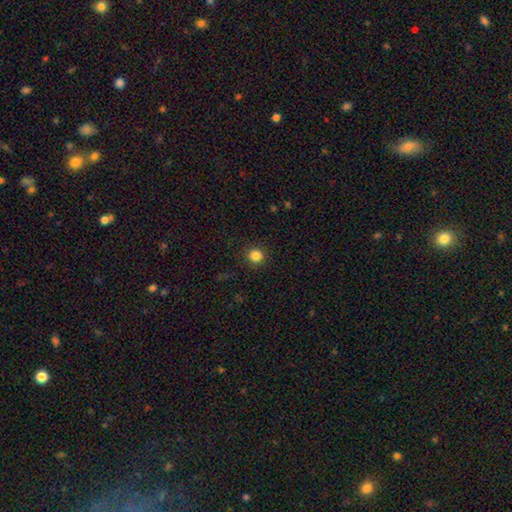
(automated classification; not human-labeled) Smooth or featured? Predicted: smooth (p=0.84). How rounded? Predicted: round (p=0.91). Merging? Predicted: none (p=0.91).